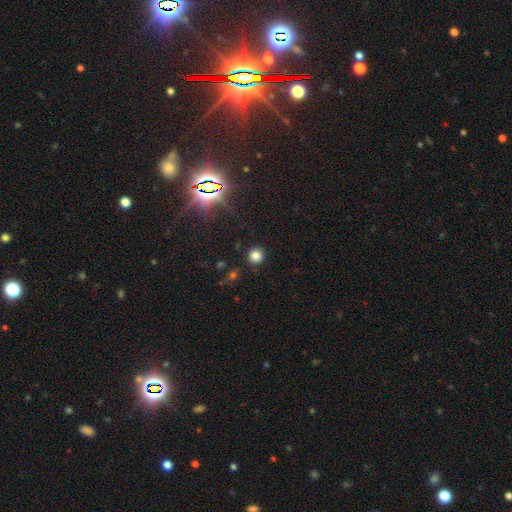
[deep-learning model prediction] smooth_or_featured: smooth (p=0.79) [alt: star or artifact p=0.15]
how_rounded: round (p=0.93) [alt: in between p=0.06]
merging: none (p=0.90) [alt: minor disturbance p=0.06]